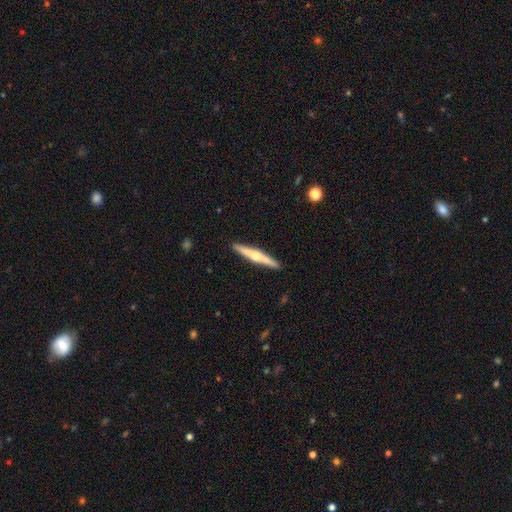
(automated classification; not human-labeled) Q: Smooth or featured?
A: featured or disk (69%); runner-up: smooth (26%)
Q: Edge-on disk?
A: yes (98%); runner-up: no (2%)
Q: Edge-on bulge?
A: rounded (91%); runner-up: none (6%)
Q: Merging?
A: none (92%); runner-up: minor disturbance (6%)